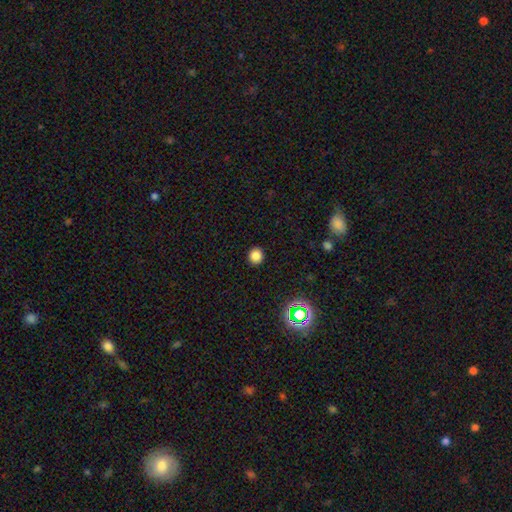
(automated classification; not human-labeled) This is clearly a smooth galaxy (83%). How rounded: clearly round (89%). Merging: clearly none (92%).